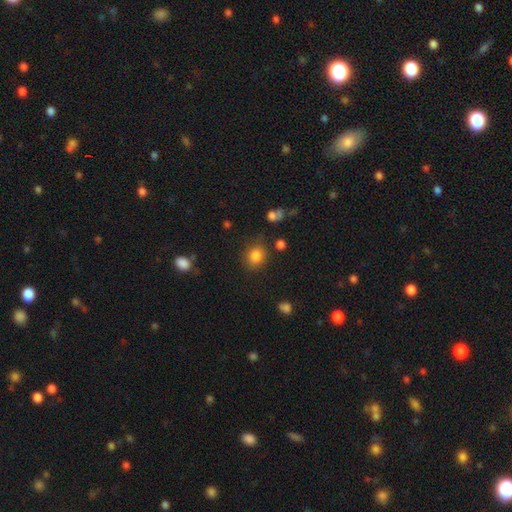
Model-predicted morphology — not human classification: Smooth or featured?
  - smooth: 83% *
  - star or artifact: 12%
  - featured or disk: 6%
How rounded?
  - round: 68% *
  - in between: 31%
  - cigar-shaped: 1%
Merging?
  - none: 77% *
  - minor disturbance: 14%
  - major disturbance: 5%
  - merger: 4%